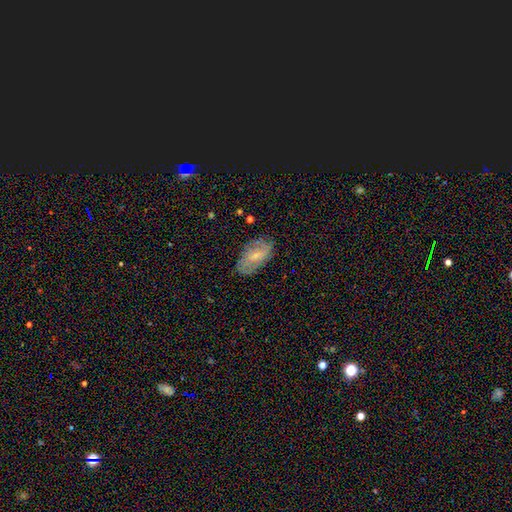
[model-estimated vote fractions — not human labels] smooth_or_featured: featured or disk (p=0.60) [alt: smooth p=0.32]
disk_edge_on: no (p=0.94) [alt: yes p=0.06]
bar: weak (p=0.45) [alt: no p=0.43]
has_spiral_arms: yes (p=0.80) [alt: no p=0.20]
bulge_size: small (p=0.68) [alt: moderate p=0.26]
merging: none (p=0.76) [alt: minor disturbance p=0.18]